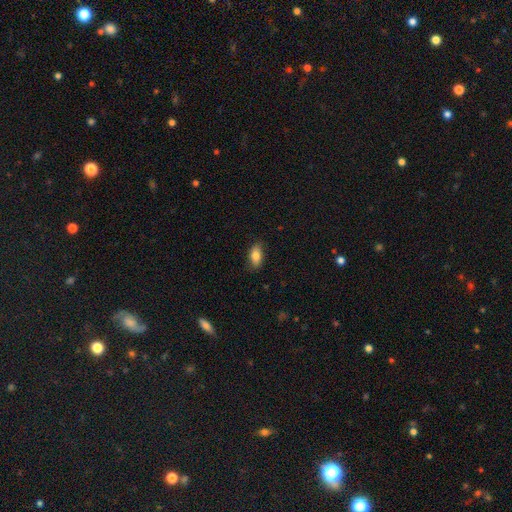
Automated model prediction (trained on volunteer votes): smooth-or-featured: smooth: 81% | featured or disk: 12% | star or artifact: 7%
  how-rounded: in between: 89% | cigar-shaped: 7% | round: 5%
  merging: none: 83% | minor disturbance: 13% | major disturbance: 2% | merger: 1%